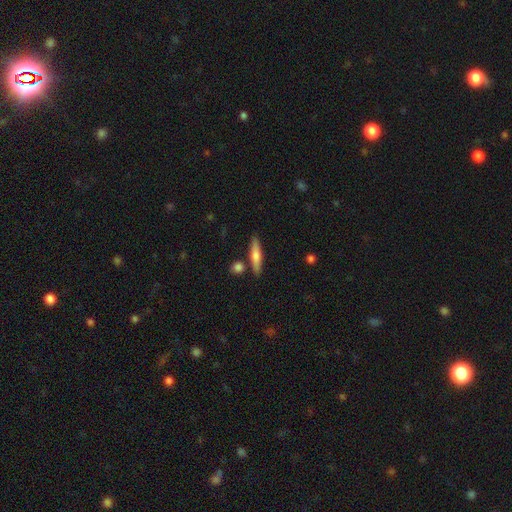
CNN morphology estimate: type=smooth (59%); roundness=cigar-shaped (83%); merging=none (83%).